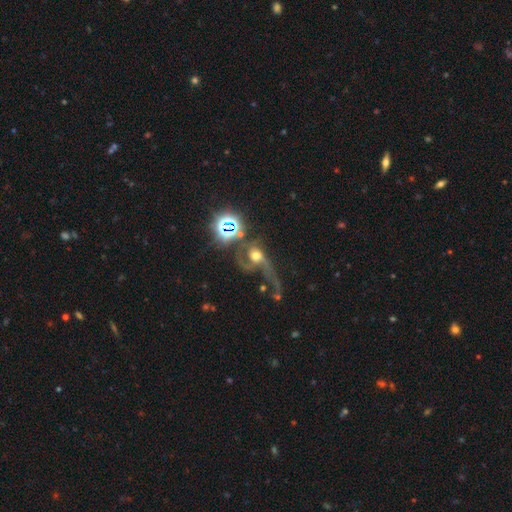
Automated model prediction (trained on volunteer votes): Morphology: type=featured or disk (57%); edge-on=no (95%); bar=no (70%); spiral arms=yes (74%); bulge=moderate (56%); merging=major disturbance (46%).